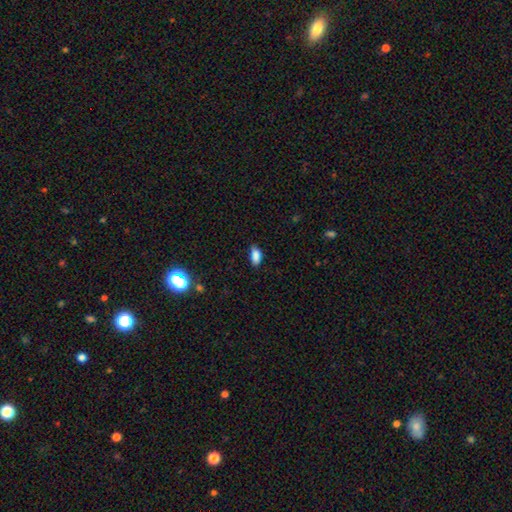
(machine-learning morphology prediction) type=smooth (86%); roundness=in between (90%); merging=none (79%).